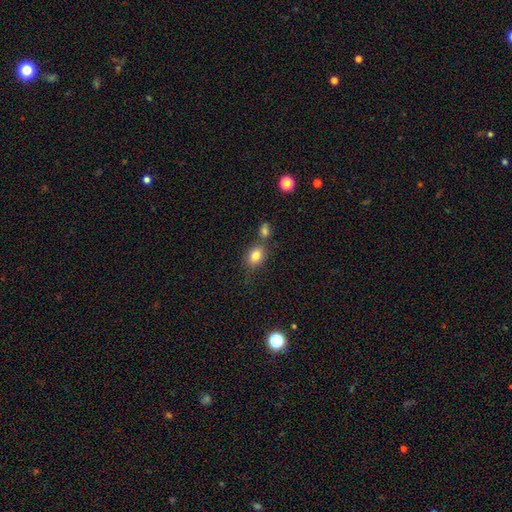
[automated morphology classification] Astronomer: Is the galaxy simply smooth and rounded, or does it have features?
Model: smooth — 81%.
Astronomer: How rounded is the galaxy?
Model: in between — 63%.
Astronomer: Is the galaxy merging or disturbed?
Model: none — 60%.